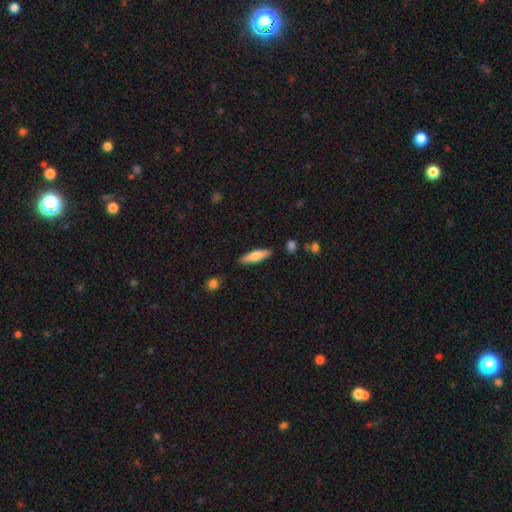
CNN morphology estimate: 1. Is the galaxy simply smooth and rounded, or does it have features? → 64% smooth, 30% featured or disk, 6% star or artifact.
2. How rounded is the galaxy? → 64% cigar-shaped, 34% in between, 2% round.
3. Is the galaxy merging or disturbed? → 87% none, 9% minor disturbance, 2% major disturbance, 2% merger.